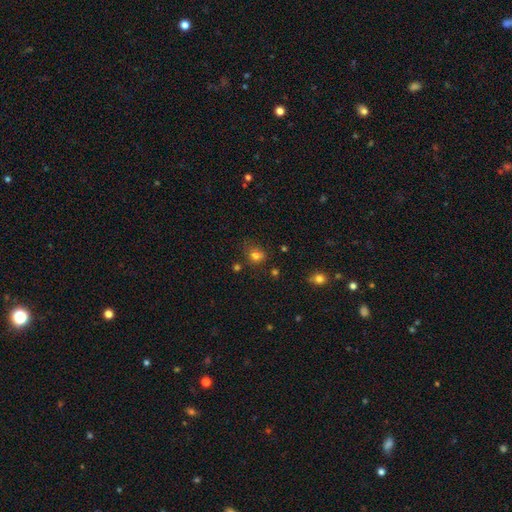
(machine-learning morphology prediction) smooth-or-featured: smooth: 75% | star or artifact: 17% | featured or disk: 8%
  how-rounded: round: 66% | in between: 33% | cigar-shaped: 1%
  merging: none: 58% | minor disturbance: 24% | major disturbance: 10% | merger: 9%